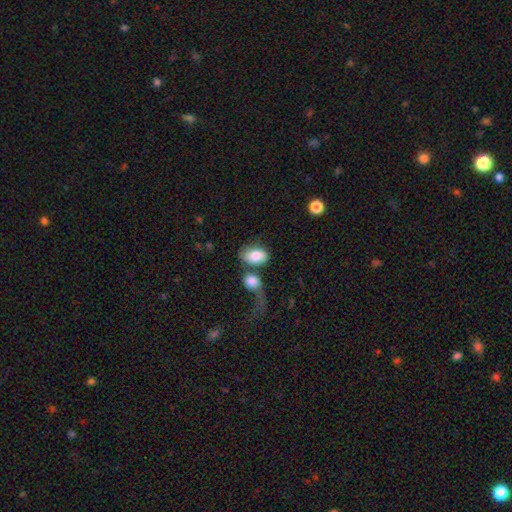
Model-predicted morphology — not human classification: Smooth or featured: smooth — 78% (featured or disk — 15%)
How rounded: in between — 86% (round — 13%)
Merging: merger — 33% (none — 31%)